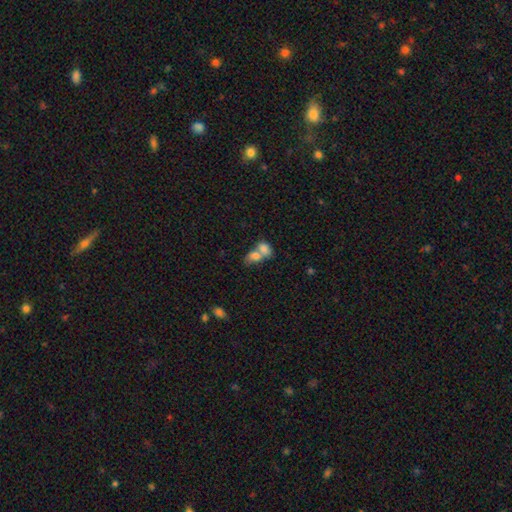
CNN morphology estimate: Smooth or featured?
  - smooth: 77% *
  - featured or disk: 15%
  - star or artifact: 8%
How rounded?
  - in between: 78% *
  - round: 20%
  - cigar-shaped: 2%
Merging?
  - merger: 73% *
  - none: 17%
  - minor disturbance: 6%
  - major disturbance: 4%